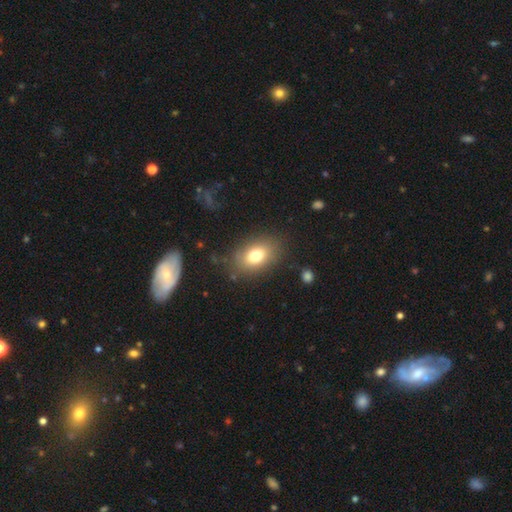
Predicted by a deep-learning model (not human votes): A smooth galaxy with no disk features (76%) that is in between round and cigar-shaped (83%).

Vote fractions:
- Smooth or featured? smooth: 76% / featured or disk: 14% / star or artifact: 10%
- How rounded? in between: 83% / round: 16% / cigar-shaped: 2%
- Merging? none: 82% / minor disturbance: 12% / major disturbance: 5% / merger: 2%